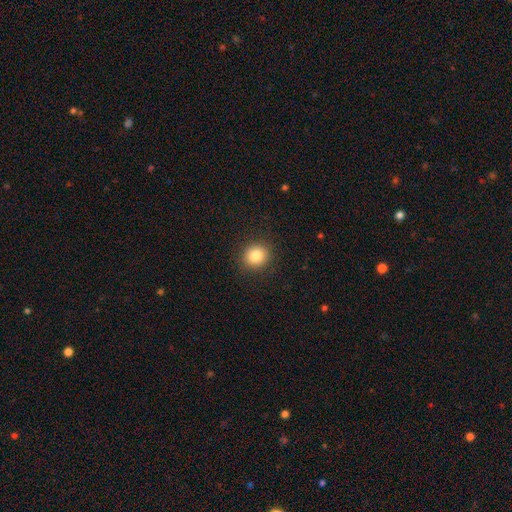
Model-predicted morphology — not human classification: Smooth or featured: smooth — 83% (star or artifact — 10%)
How rounded: round — 82% (in between — 17%)
Merging: none — 91% (minor disturbance — 6%)